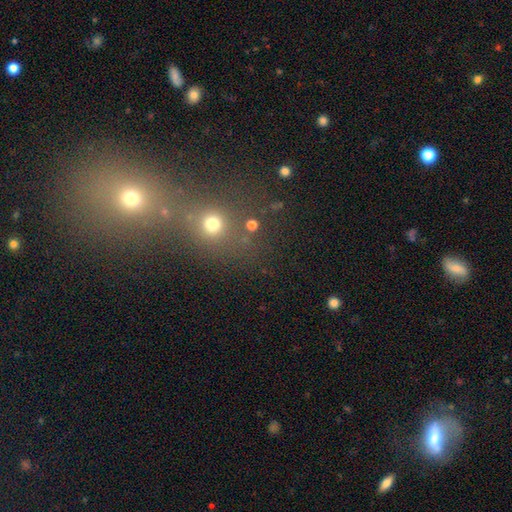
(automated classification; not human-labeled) Smooth or featured? smooth (49%)
Merging? merger (49%)